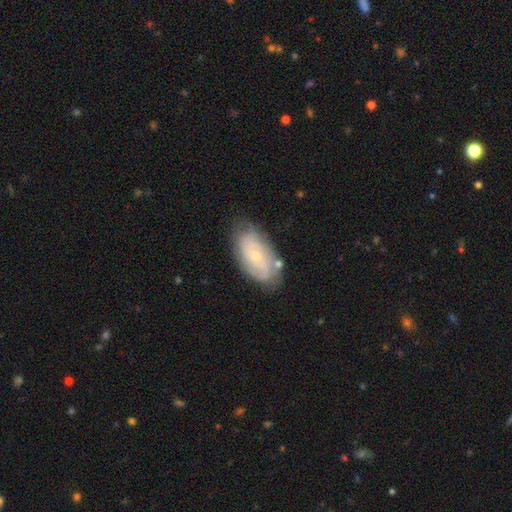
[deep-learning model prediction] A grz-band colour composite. It shows a featured or disk galaxy (73%) with no bar (66%), 2 (40%) tight (57%) spiral arms (90%) and a small central bulge (74%). Merging: none (72%).